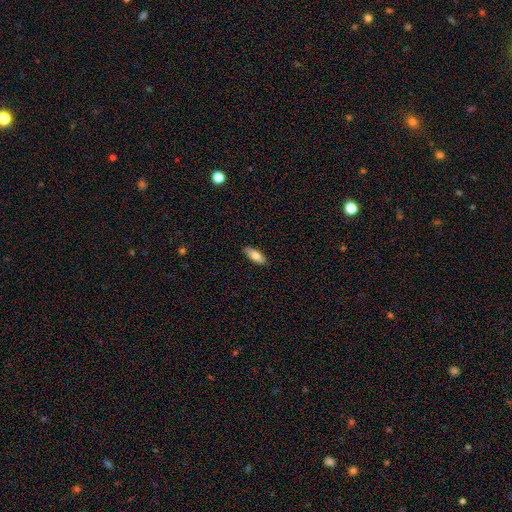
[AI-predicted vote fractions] Smooth or featured: smooth — 78% (featured or disk — 16%)
How rounded: in between — 73% (cigar-shaped — 25%)
Merging: none — 87% (minor disturbance — 11%)